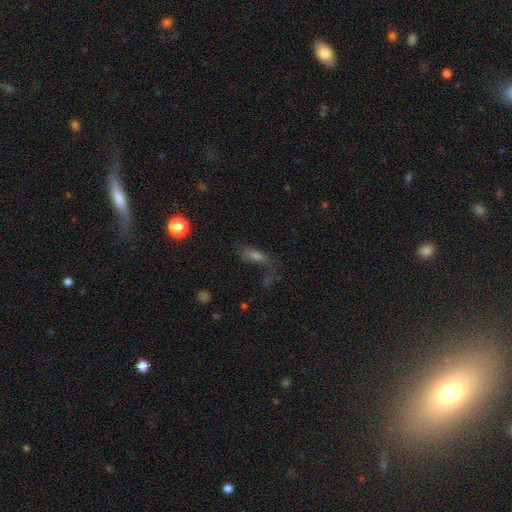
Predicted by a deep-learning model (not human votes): Smooth or featured? Predicted: smooth (p=0.48). Merging? Predicted: none (p=0.41).